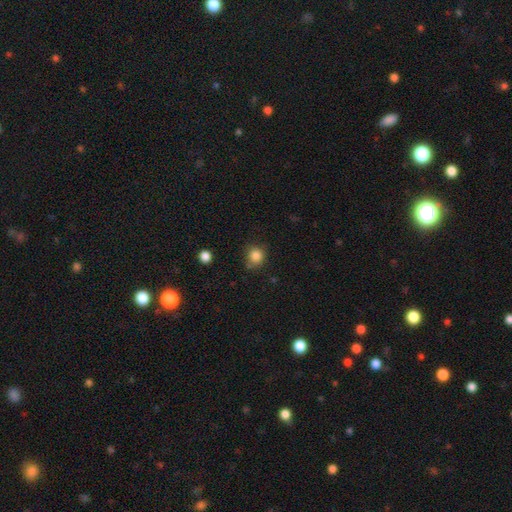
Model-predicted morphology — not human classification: Smooth or featured: smooth — 84% (star or artifact — 11%)
How rounded: round — 87% (in between — 12%)
Merging: none — 74% (minor disturbance — 17%)